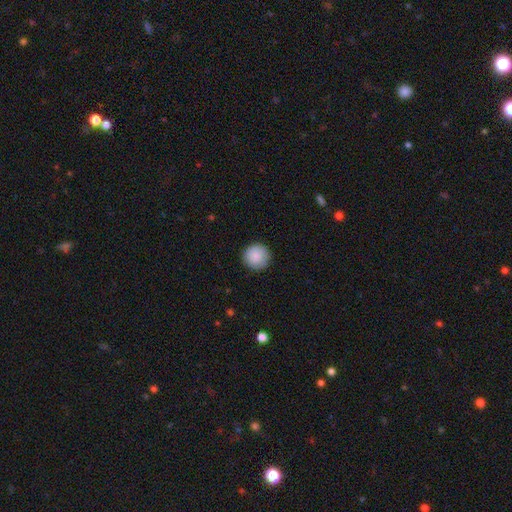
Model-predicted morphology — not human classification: A smooth galaxy with no disk features (88%) that is round (96%). Merging: none (91%).